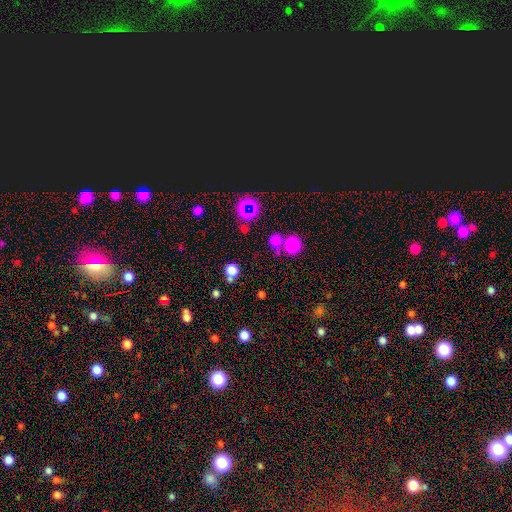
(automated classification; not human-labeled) This appears to be a smooth galaxy with no disk features (64%) that is round (86%). Merging: none (68%).